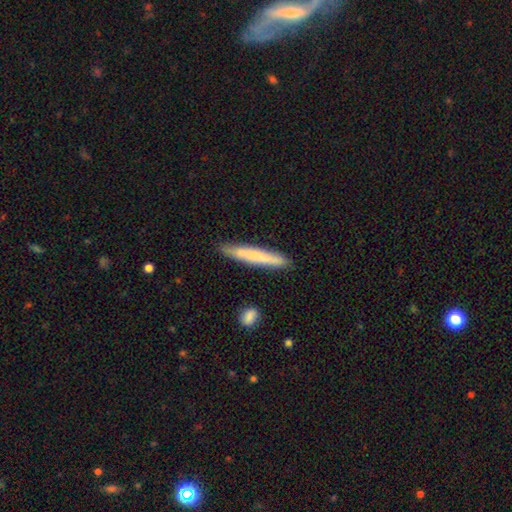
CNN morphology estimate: type=smooth (70%); roundness=cigar-shaped (95%); merging=none (87%).